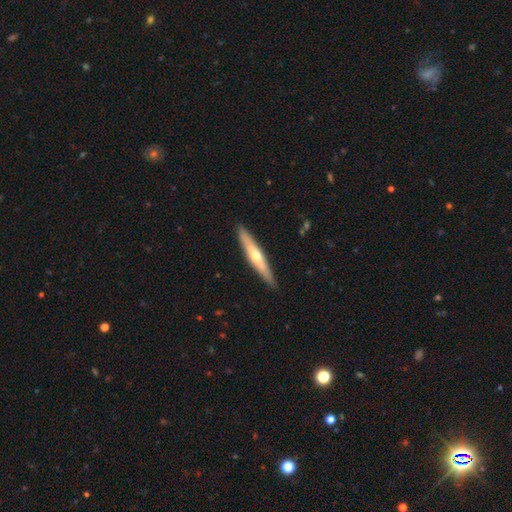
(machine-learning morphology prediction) featured or disk 56%, smooth 39%, star or artifact 5%. Down the decision tree: edge-on disk — yes (93%); edge-on bulge — rounded (81%); merging — none (90%).